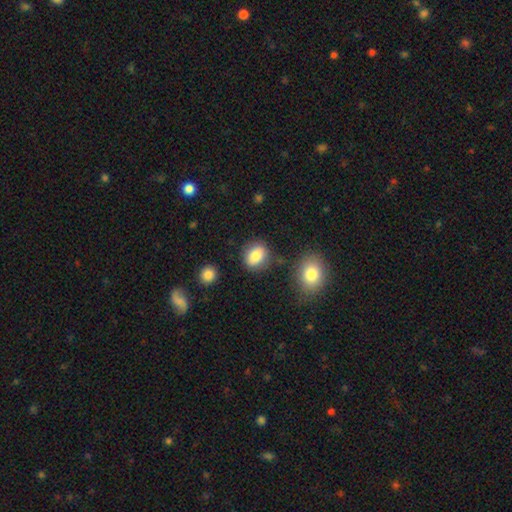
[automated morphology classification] Smooth or featured?
  - smooth: 83% *
  - star or artifact: 9%
  - featured or disk: 9%
How rounded?
  - round: 50% *
  - in between: 49%
  - cigar-shaped: 1%
Merging?
  - none: 78% *
  - minor disturbance: 13%
  - merger: 5%
  - major disturbance: 4%